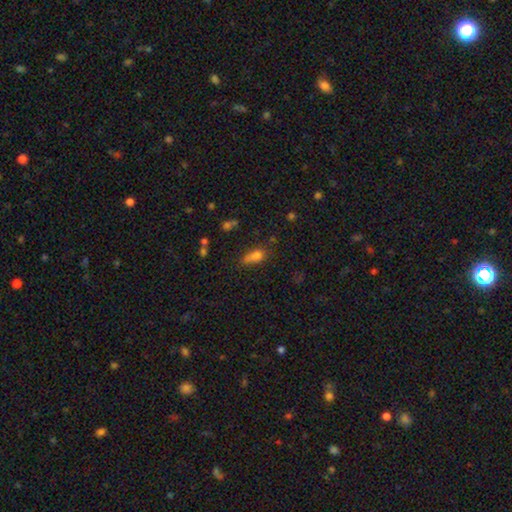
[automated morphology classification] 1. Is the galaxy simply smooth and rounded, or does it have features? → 70% smooth, 17% star or artifact, 12% featured or disk.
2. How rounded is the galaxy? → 64% in between, 24% cigar-shaped, 12% round.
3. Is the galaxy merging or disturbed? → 48% none, 28% minor disturbance, 15% major disturbance, 10% merger.